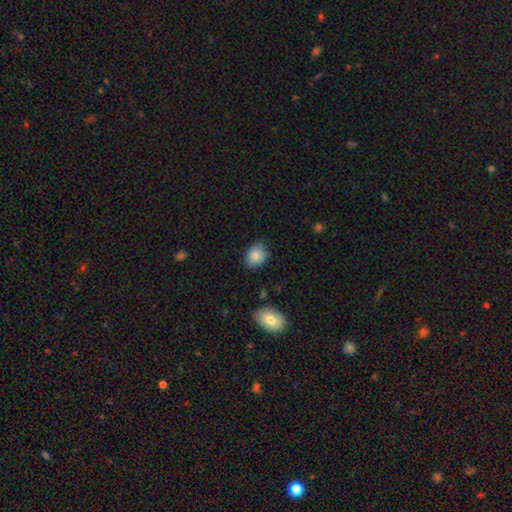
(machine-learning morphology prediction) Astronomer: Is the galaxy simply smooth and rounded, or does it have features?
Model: smooth — 84%.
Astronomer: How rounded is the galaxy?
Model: in between — 57% (runner-up: round, 42%).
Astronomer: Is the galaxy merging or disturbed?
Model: none — 72%.